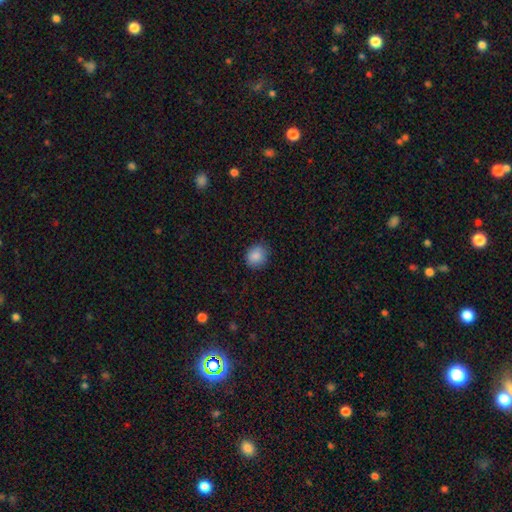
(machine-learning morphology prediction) Smooth or featured? Predicted: smooth (p=0.87). How rounded? Predicted: round (p=0.69). Merging? Predicted: none (p=0.84).